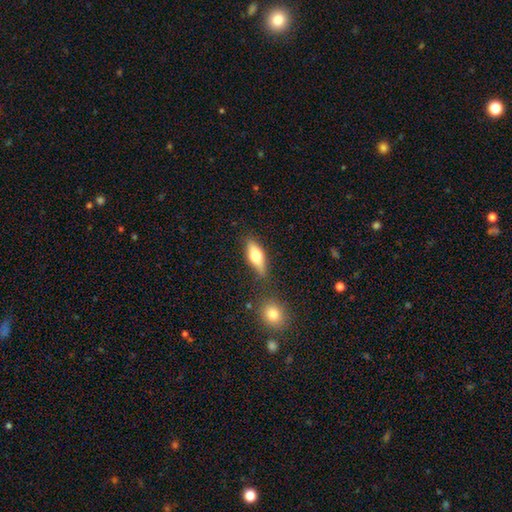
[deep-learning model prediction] Smooth or featured?
  - smooth: 62% *
  - featured or disk: 31%
  - star or artifact: 7%
How rounded?
  - in between: 67% *
  - cigar-shaped: 28%
  - round: 4%
Merging?
  - none: 72% *
  - minor disturbance: 16%
  - merger: 8%
  - major disturbance: 5%